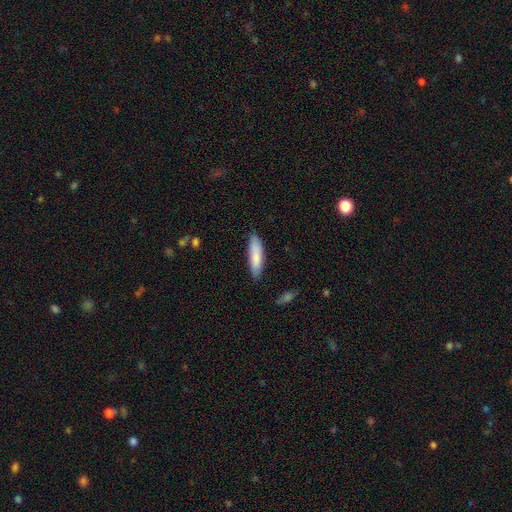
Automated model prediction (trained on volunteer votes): A smooth galaxy with no disk features (84%) that is cigar-shaped (67%). Merging: none (84%).